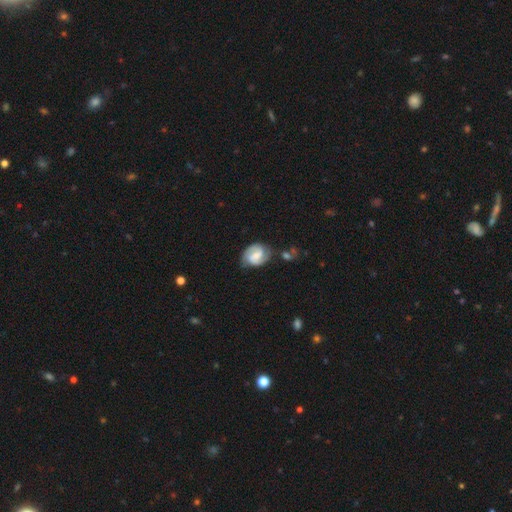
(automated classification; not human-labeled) Smooth or featured? featured or disk (67%)
Edge-on disk? no (97%)
Bar? weak (51%)
Spiral arms? yes (92%)
Spiral winding? medium (45%)
Spiral arm count? 2 (84%)
Bulge size? moderate (32%, tied with small)
Merging? none (63%)